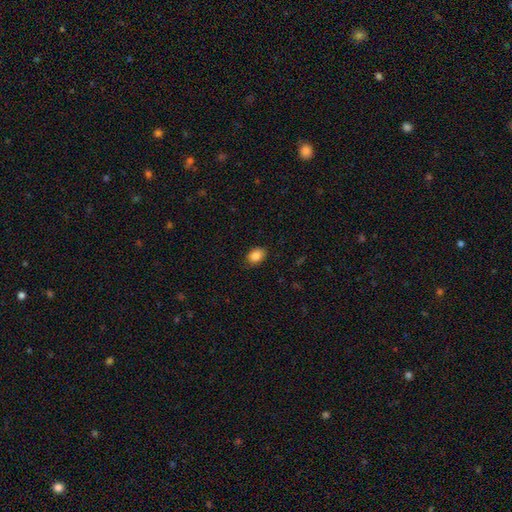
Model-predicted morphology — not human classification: This is clearly a smooth galaxy (87%). How rounded: likely in between (76%). Merging: clearly none (86%).